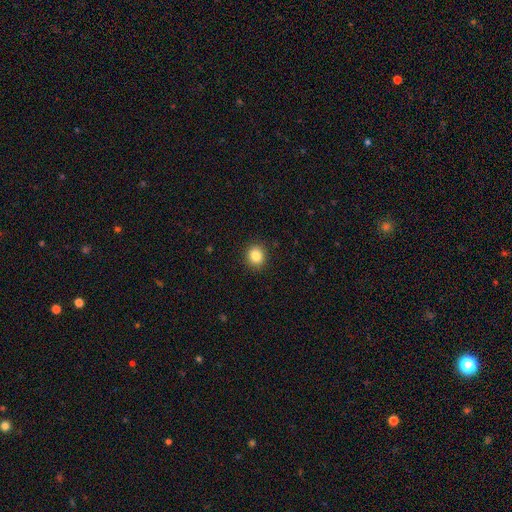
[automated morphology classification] smooth 85%, star or artifact 10%, featured or disk 5%. Down the decision tree: how rounded — round (84%); merging — none (91%).